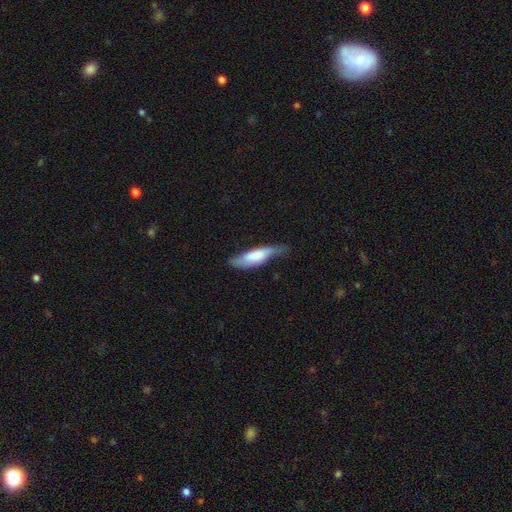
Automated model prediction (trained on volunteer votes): smooth 62%, featured or disk 32%, star or artifact 6%. Down the decision tree: how rounded — cigar-shaped (62%); merging — none (47%).